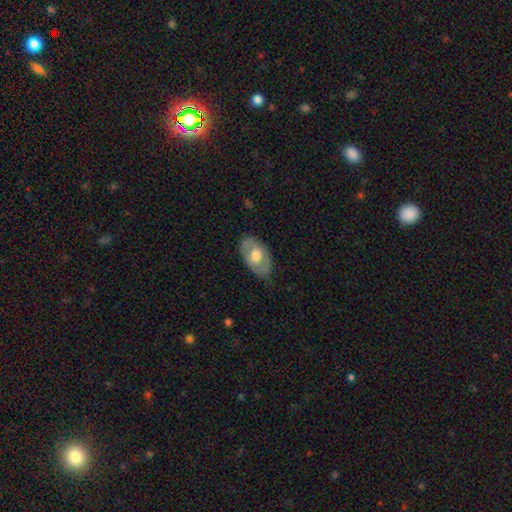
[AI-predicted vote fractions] smooth-or-featured: smooth: 52% | featured or disk: 42% | star or artifact: 6%
  how-rounded: in between: 90% | round: 9% | cigar-shaped: 1%
  merging: none: 79% | minor disturbance: 16% | major disturbance: 4% | merger: 1%